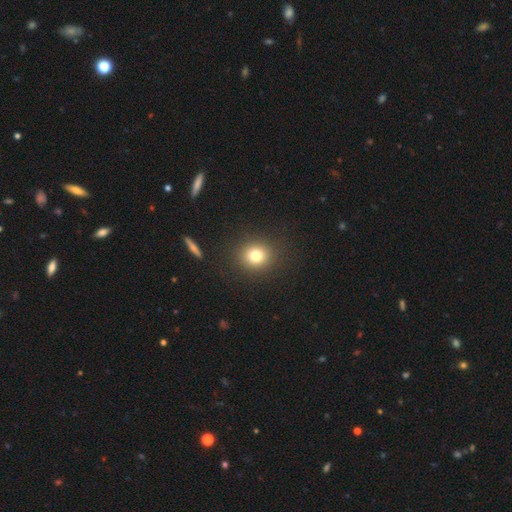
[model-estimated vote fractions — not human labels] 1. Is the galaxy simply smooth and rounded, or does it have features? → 77% smooth, 13% star or artifact, 9% featured or disk.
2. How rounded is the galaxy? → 86% round, 13% in between, 1% cigar-shaped.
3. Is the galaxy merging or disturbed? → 89% none, 6% minor disturbance, 3% major disturbance, 1% merger.